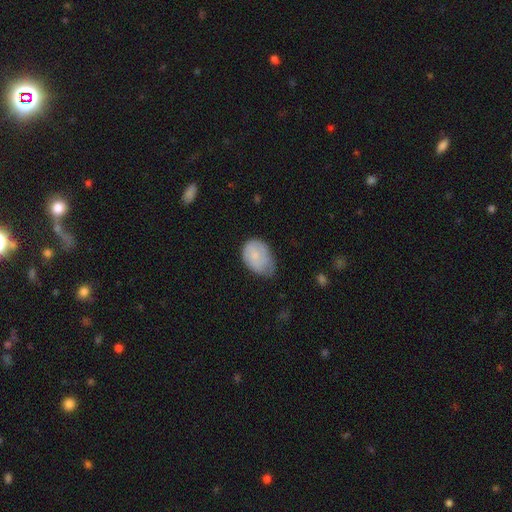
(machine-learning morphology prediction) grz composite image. It shows a smooth galaxy with no disk features (73%) that is in between round and cigar-shaped (79%). Merging: minor disturbance (51%).